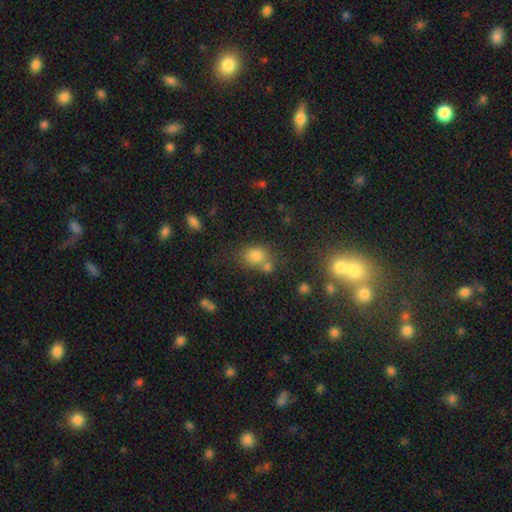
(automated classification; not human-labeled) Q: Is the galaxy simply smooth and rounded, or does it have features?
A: smooth — 75%.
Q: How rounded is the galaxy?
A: round — 52%.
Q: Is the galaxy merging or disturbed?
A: none — 54%.